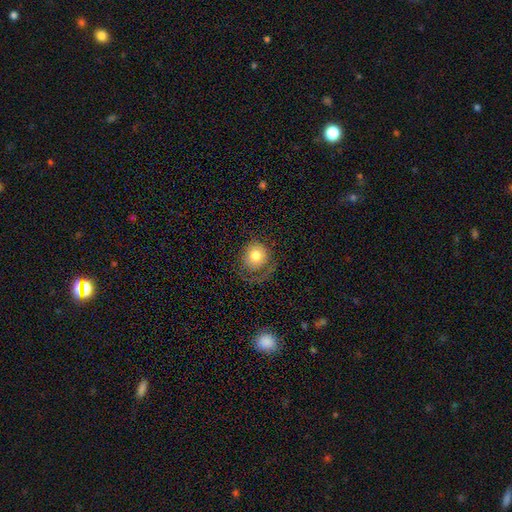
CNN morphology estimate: Smooth or featured?
  - smooth: 70% *
  - featured or disk: 21%
  - star or artifact: 9%
How rounded?
  - round: 82% *
  - in between: 17%
  - cigar-shaped: 1%
Merging?
  - none: 50% *
  - major disturbance: 28%
  - minor disturbance: 21%
  - merger: 2%